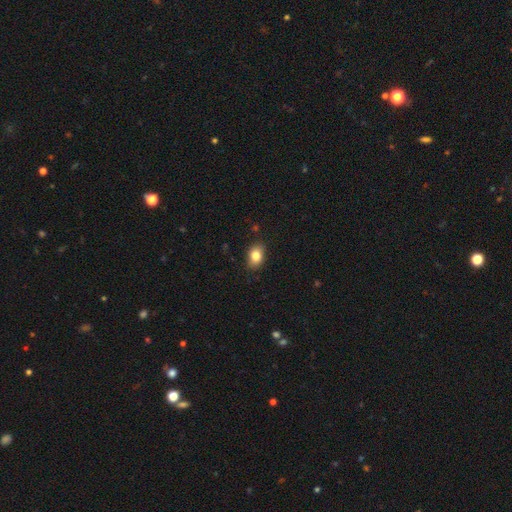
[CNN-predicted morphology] smooth_or_featured: smooth (p=0.83) [alt: star or artifact p=0.09]
how_rounded: in between (p=0.77) [alt: round p=0.22]
merging: none (p=0.86) [alt: minor disturbance p=0.10]